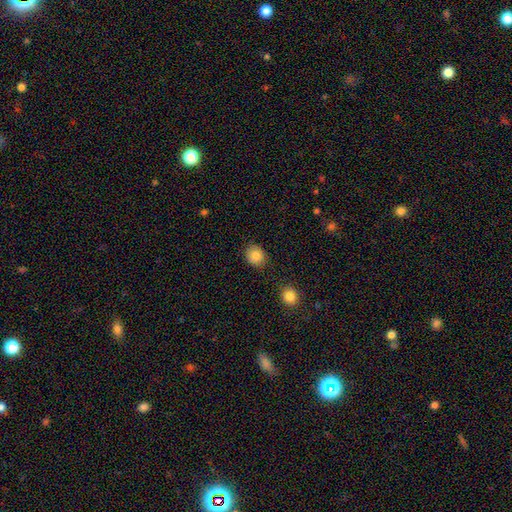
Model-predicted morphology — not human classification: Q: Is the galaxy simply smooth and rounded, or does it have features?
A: smooth — 84%.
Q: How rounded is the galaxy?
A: round — 75%.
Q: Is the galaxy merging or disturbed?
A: none — 86%.